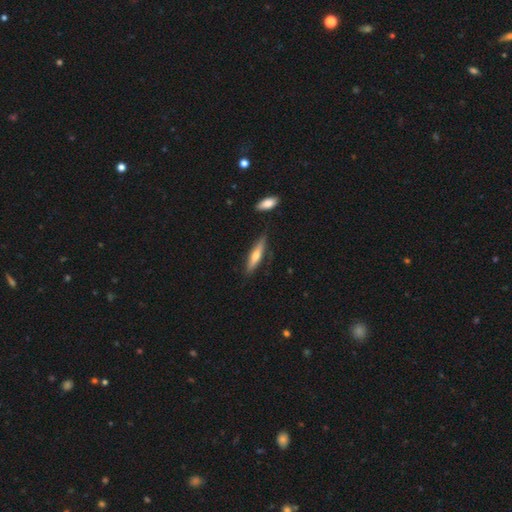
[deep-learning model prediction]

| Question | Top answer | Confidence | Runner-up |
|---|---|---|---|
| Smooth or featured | smooth | 50% | featured or disk (44%) |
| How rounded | cigar-shaped | 82% | in between (16%) |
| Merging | none | 83% | minor disturbance (12%) |